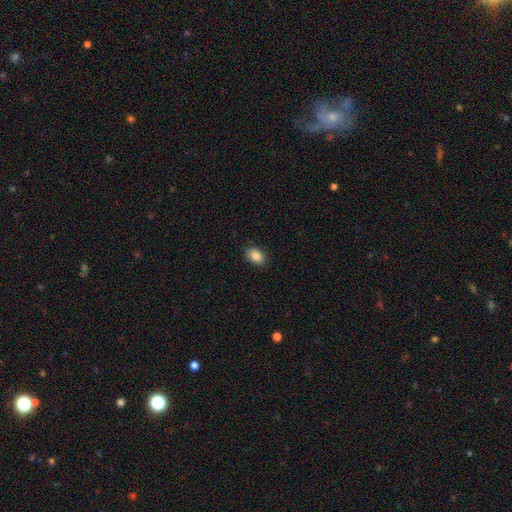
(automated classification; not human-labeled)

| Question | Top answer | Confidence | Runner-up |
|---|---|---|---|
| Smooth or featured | smooth | 88% | star or artifact (8%) |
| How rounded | in between | 81% | round (18%) |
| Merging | none | 89% | minor disturbance (9%) |